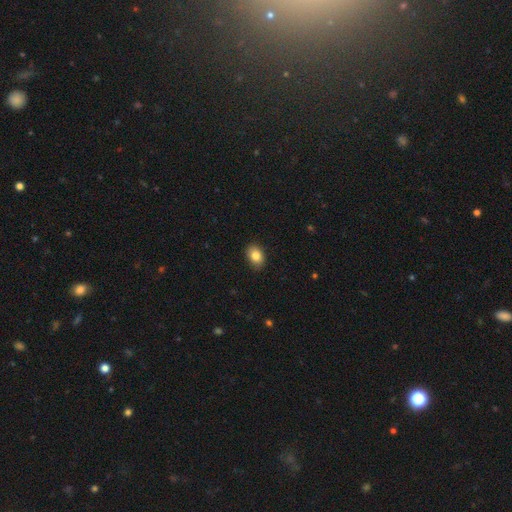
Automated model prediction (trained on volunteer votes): This appears to be a smooth galaxy with no disk features (84%) that is in between round and cigar-shaped (74%). Merging: none (87%).